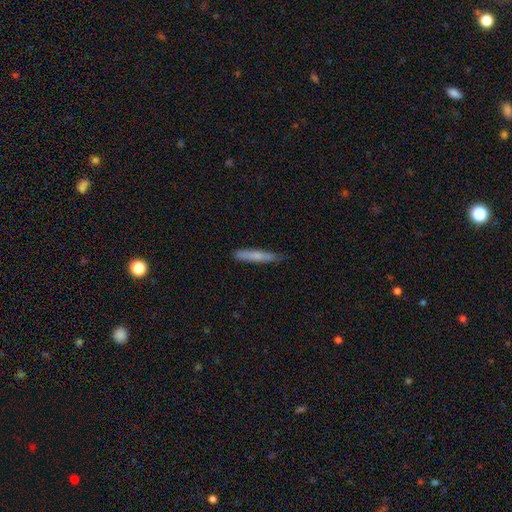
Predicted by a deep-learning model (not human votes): Smooth or featured?
  - smooth: 70% *
  - featured or disk: 24%
  - star or artifact: 6%
How rounded?
  - cigar-shaped: 93% *
  - in between: 5%
  - round: 1%
Merging?
  - none: 81% *
  - minor disturbance: 16%
  - major disturbance: 2%
  - merger: 1%